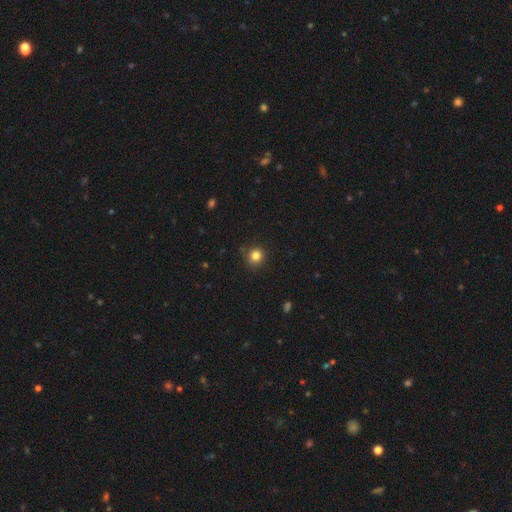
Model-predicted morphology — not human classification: type=smooth (83%); roundness=round (91%); merging=none (85%).